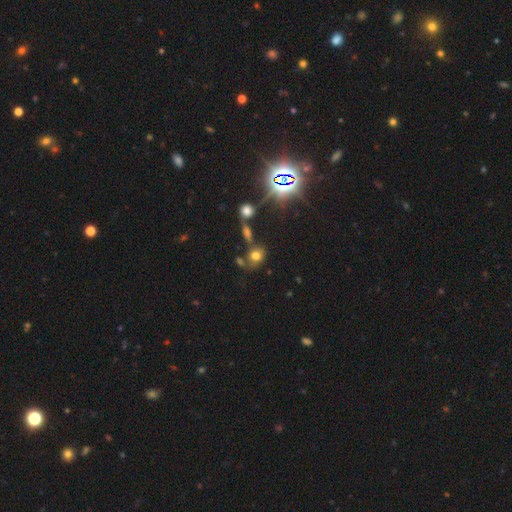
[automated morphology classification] Q: Smooth or featured?
A: smooth (68%); runner-up: star or artifact (20%)
Q: How rounded?
A: round (54%); runner-up: in between (44%)
Q: Merging?
A: none (55%); runner-up: merger (19%)